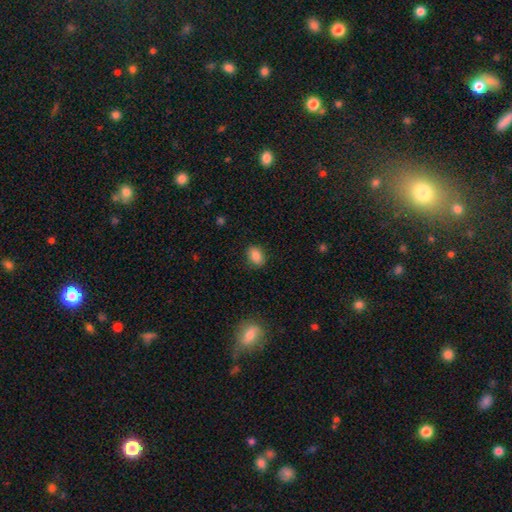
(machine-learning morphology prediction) This appears to be a smooth galaxy with no disk features (86%) that is in between round and cigar-shaped (76%). Merging: none (84%).